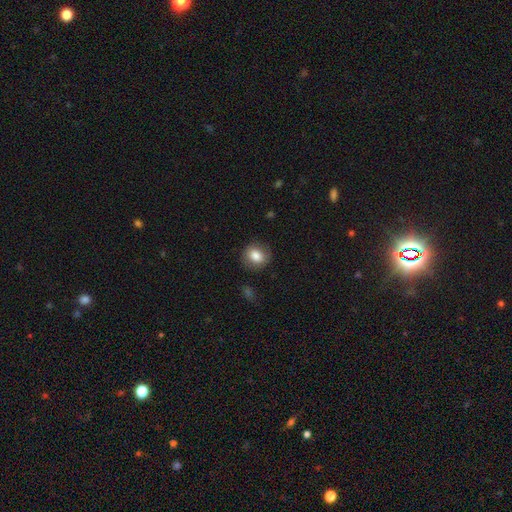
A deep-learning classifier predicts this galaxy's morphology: This is clearly a smooth galaxy (81%). How rounded: likely round (69%). Merging: clearly none (84%).